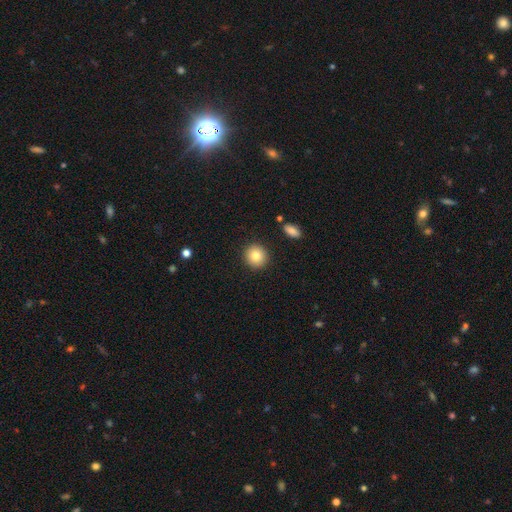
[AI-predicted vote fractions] This appears to be a smooth galaxy with no disk features (83%) that is round (90%). Merging: none (91%).